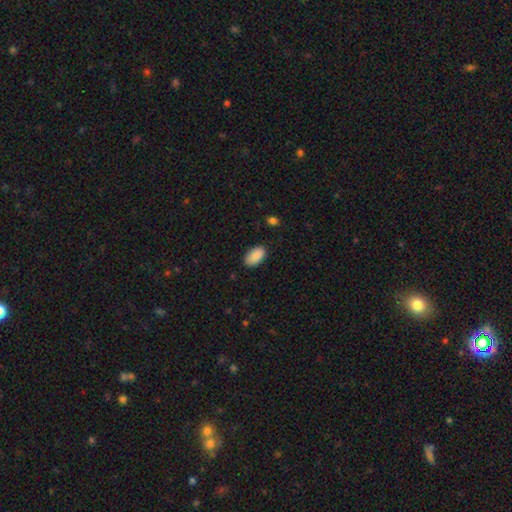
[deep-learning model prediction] Smooth or featured: smooth — 89% (star or artifact — 7%)
How rounded: in between — 95% (round — 3%)
Merging: none — 86% (minor disturbance — 11%)